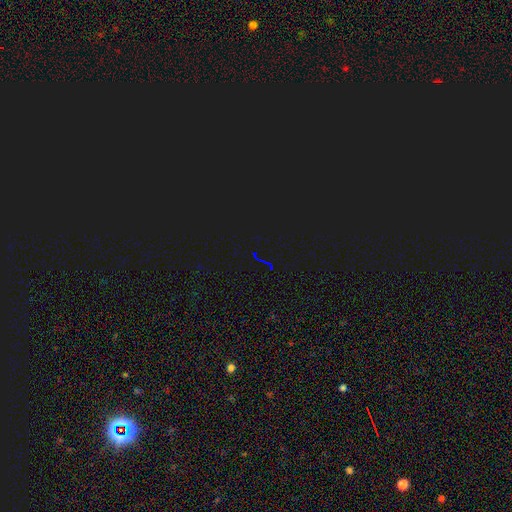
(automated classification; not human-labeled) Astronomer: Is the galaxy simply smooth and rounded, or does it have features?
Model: star or artifact — 83%.